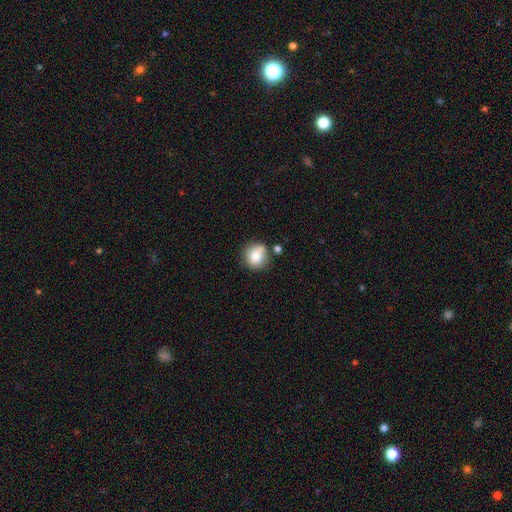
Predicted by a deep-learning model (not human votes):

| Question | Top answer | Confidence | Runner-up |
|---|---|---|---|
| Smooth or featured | smooth | 78% | featured or disk (12%) |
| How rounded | round | 86% | in between (13%) |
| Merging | none | 67% | minor disturbance (18%) |